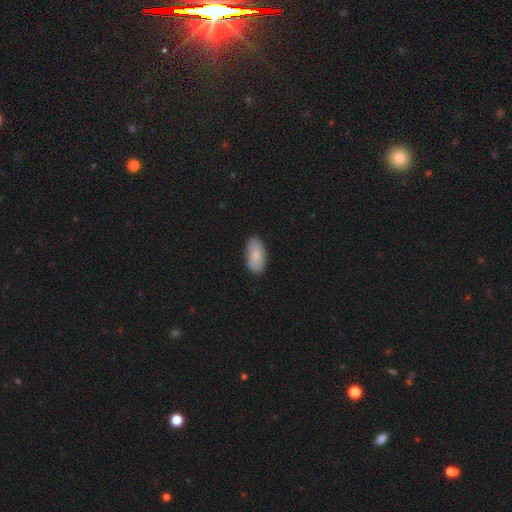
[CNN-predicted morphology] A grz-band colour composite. It shows a smooth galaxy with no disk features (79%) that is in between round and cigar-shaped (93%). Merging: none (84%).